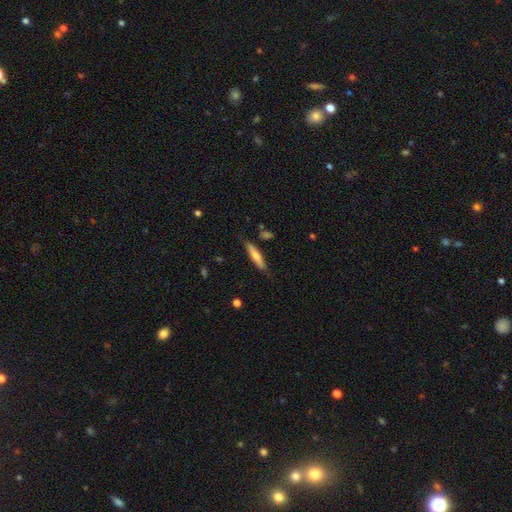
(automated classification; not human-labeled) smooth-or-featured: smooth: 58% | featured or disk: 36% | star or artifact: 6%
  how-rounded: cigar-shaped: 84% | in between: 15% | round: 2%
  merging: none: 81% | minor disturbance: 14% | major disturbance: 2% | merger: 2%